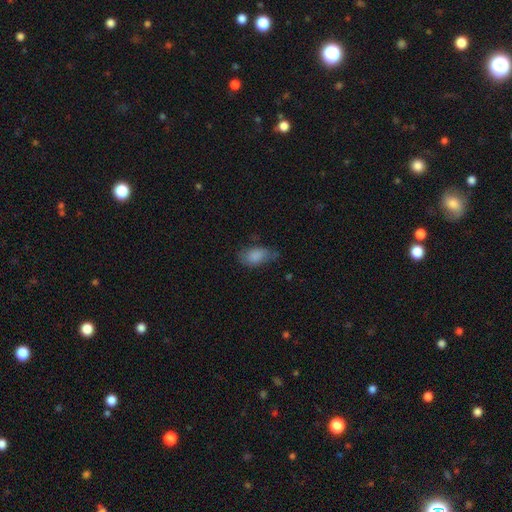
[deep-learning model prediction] Smooth or featured? smooth (83%)
How rounded? in between (91%)
Merging? none (53%)